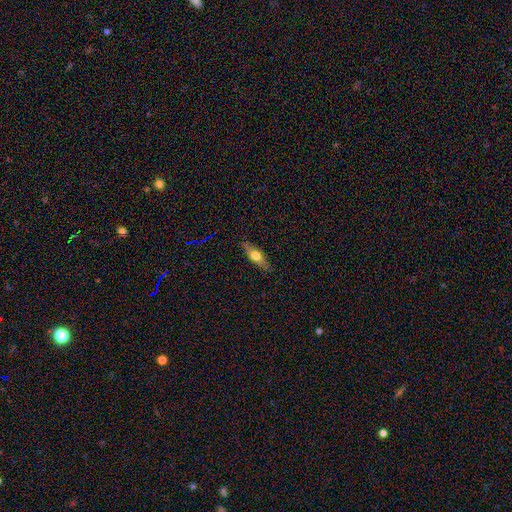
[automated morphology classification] Overall: smooth (47%; featured or disk 46%). Merging: none (87%).